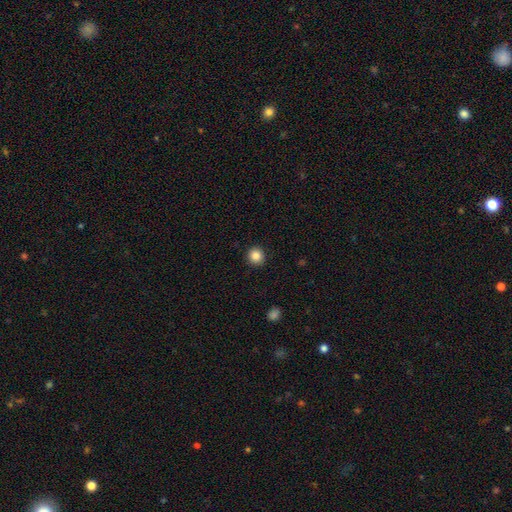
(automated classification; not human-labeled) smooth_or_featured: smooth (p=0.86) [alt: star or artifact p=0.10]
how_rounded: round (p=0.93) [alt: in between p=0.06]
merging: none (p=0.92) [alt: minor disturbance p=0.05]